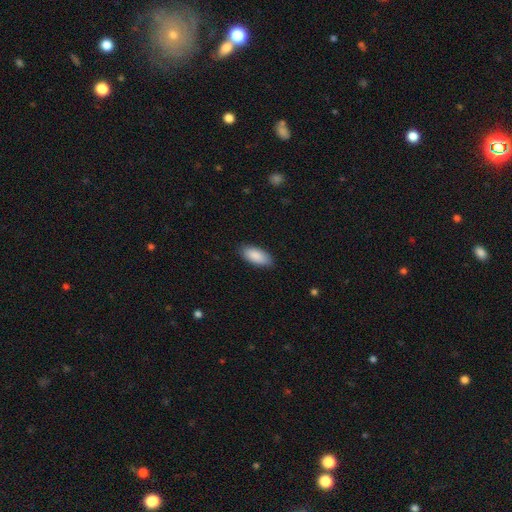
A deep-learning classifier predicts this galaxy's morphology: A smooth galaxy with no disk features (89%) that is in between round and cigar-shaped (89%).

Vote fractions:
- Smooth or featured? smooth: 89% / star or artifact: 6% / featured or disk: 5%
- How rounded? in between: 89% / cigar-shaped: 10% / round: 2%
- Merging? none: 86% / minor disturbance: 11% / major disturbance: 2% / merger: 1%